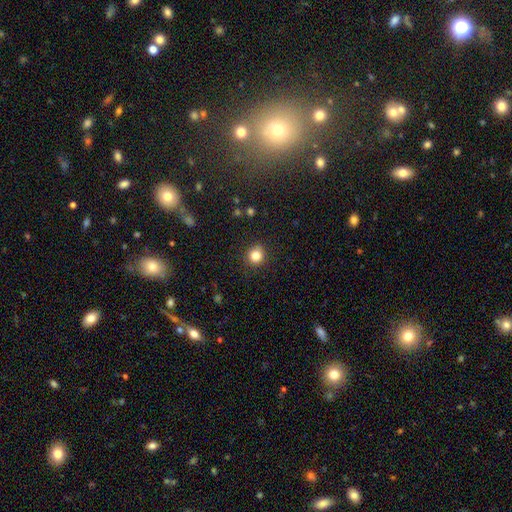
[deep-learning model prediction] Smooth or featured? smooth (82%)
How rounded? round (89%)
Merging? none (88%)